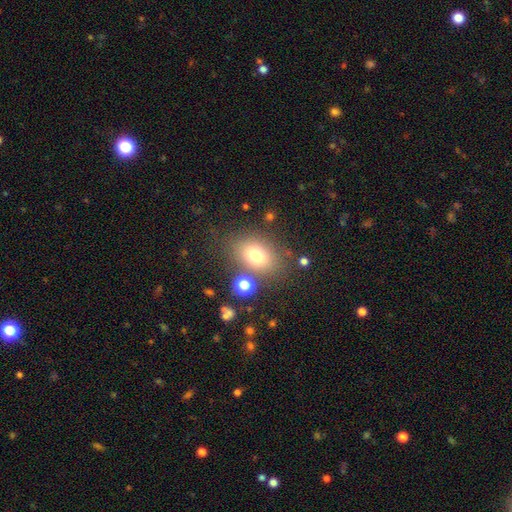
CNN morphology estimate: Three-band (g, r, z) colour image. It shows a smooth galaxy with no disk features (73%) that is in between round and cigar-shaped (65%). Merging: none (74%).